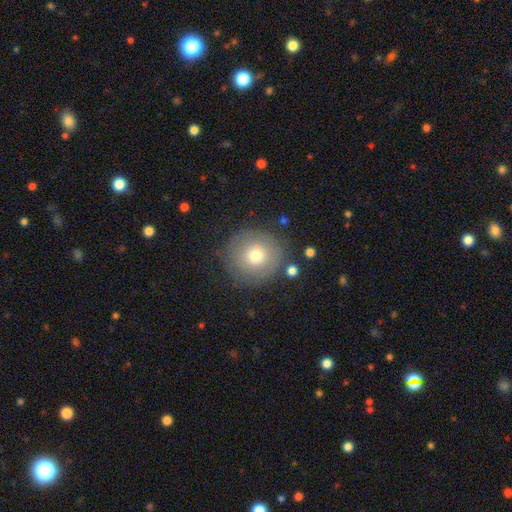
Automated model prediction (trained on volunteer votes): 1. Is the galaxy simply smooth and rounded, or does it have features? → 70% smooth, 20% featured or disk, 10% star or artifact.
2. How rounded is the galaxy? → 94% round, 5% in between, 1% cigar-shaped.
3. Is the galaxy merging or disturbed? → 83% none, 11% minor disturbance, 4% major disturbance, 2% merger.